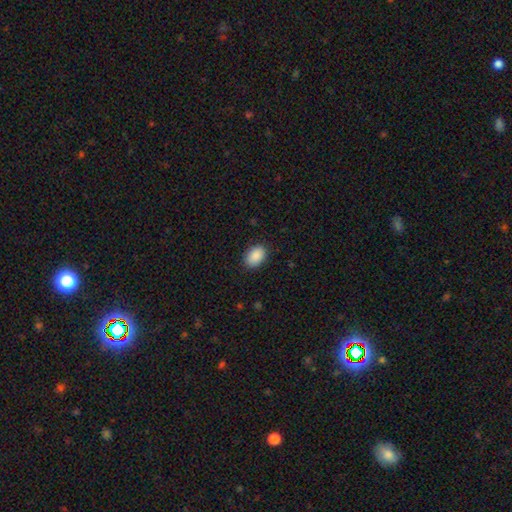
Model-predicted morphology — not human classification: A smooth galaxy with no disk features (89%) that is in between round and cigar-shaped (85%).

Vote fractions:
- Smooth or featured? smooth: 89% / star or artifact: 7% / featured or disk: 3%
- How rounded? in between: 85% / round: 14% / cigar-shaped: 1%
- Merging? none: 88% / minor disturbance: 9% / major disturbance: 2% / merger: 1%